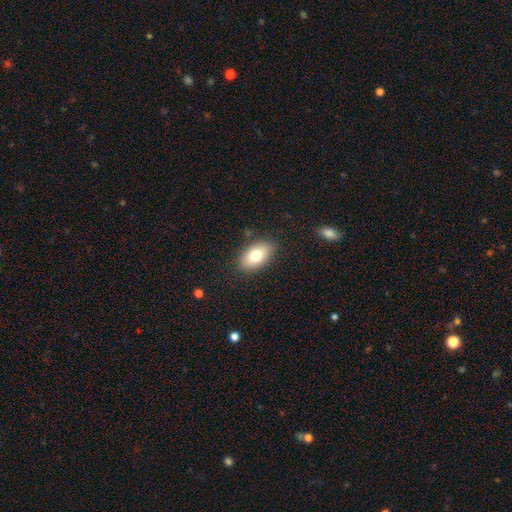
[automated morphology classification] Smooth or featured: smooth — 77% (featured or disk — 16%)
How rounded: in between — 91% (round — 6%)
Merging: none — 84% (minor disturbance — 12%)